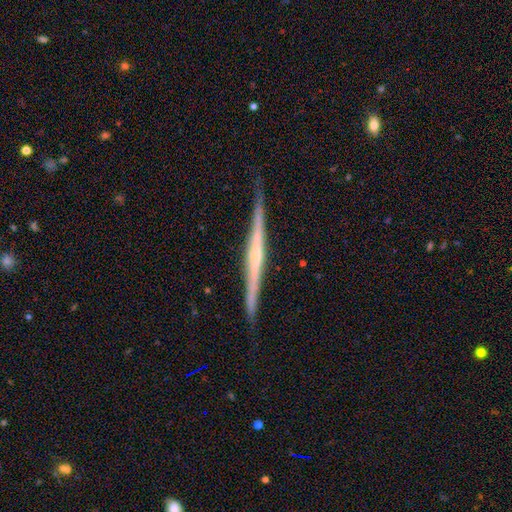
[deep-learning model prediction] Smooth or featured?
  - featured or disk: 77% *
  - smooth: 17%
  - star or artifact: 6%
Edge-on disk?
  - yes: 98% *
  - no: 2%
Edge-on bulge?
  - none: 52% *
  - rounded: 34%
  - boxy: 14%
Merging?
  - none: 88% *
  - minor disturbance: 9%
  - major disturbance: 2%
  - merger: 1%